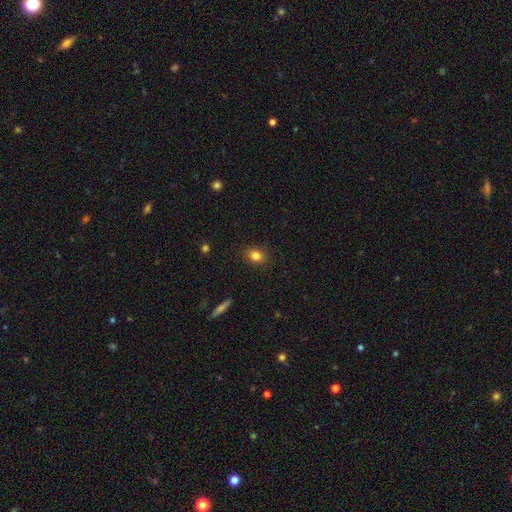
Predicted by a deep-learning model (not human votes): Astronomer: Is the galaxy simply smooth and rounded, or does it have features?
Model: smooth — 82%.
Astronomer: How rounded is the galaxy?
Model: in between — 52% (runner-up: round, 47%).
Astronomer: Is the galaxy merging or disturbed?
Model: none — 88%.